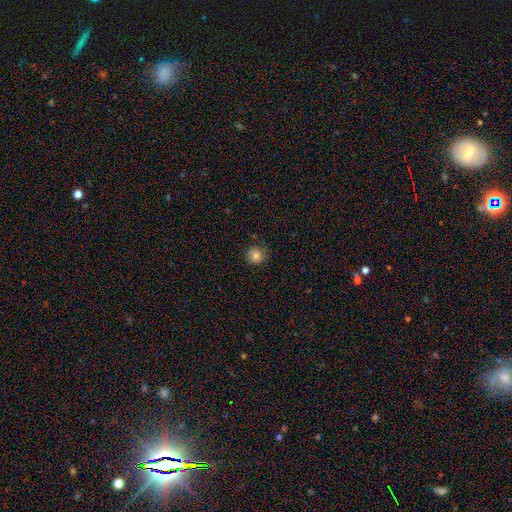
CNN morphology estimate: A smooth galaxy with no disk features (81%) that is round (90%). Merging: none (80%).